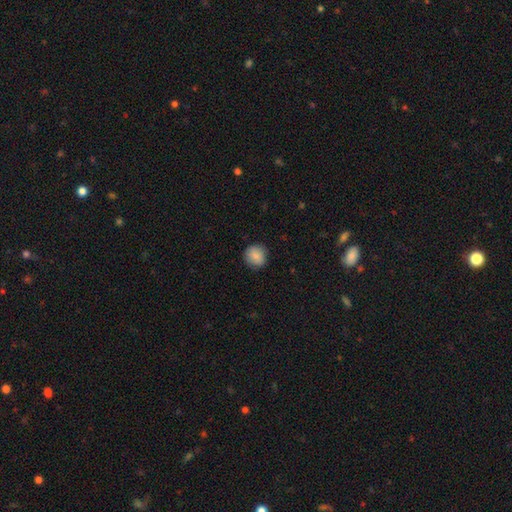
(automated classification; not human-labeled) A smooth galaxy with no disk features (86%) that is round (88%). Merging: none (86%).